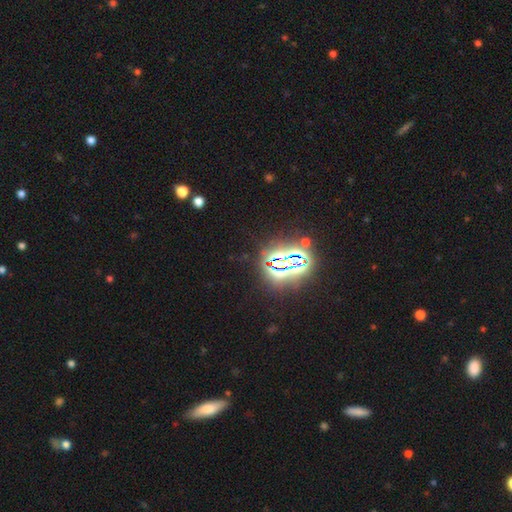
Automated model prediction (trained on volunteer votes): The model was most divided on "smooth or featured": star or artifact: 82%, smooth: 10%, featured or disk: 7%.